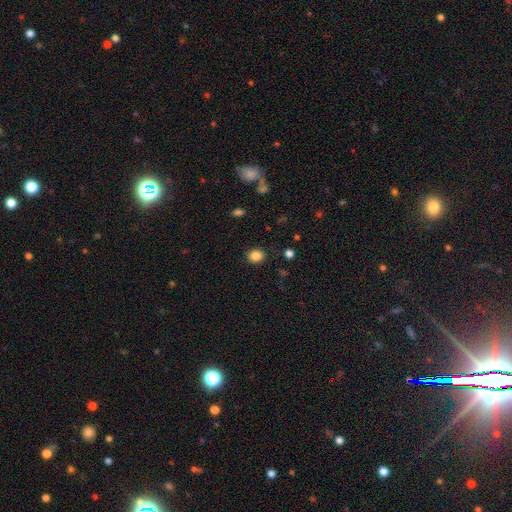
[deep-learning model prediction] Overall: smooth (85%). How rounded: round (71%). Merging: none (89%).